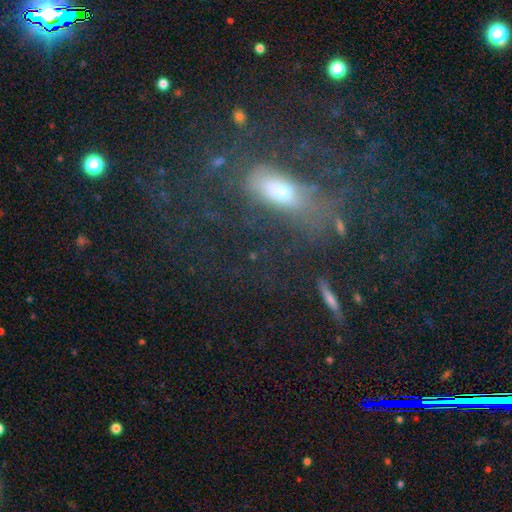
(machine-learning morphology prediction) Smooth or featured? featured or disk (38%)
Merging? none (58%)